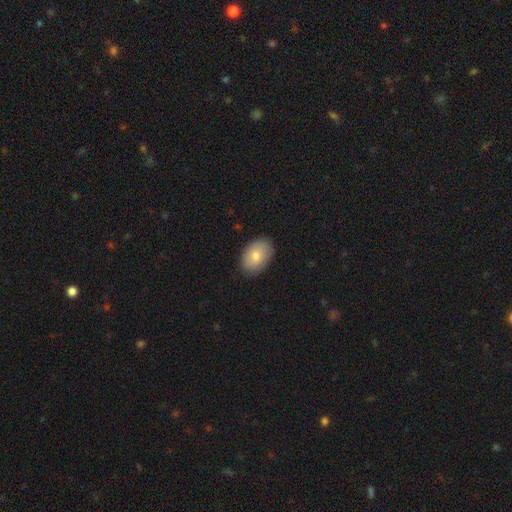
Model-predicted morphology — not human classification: Smooth or featured?
  - smooth: 79% *
  - featured or disk: 13%
  - star or artifact: 7%
How rounded?
  - in between: 86% *
  - round: 13%
  - cigar-shaped: 1%
Merging?
  - none: 87% *
  - minor disturbance: 10%
  - major disturbance: 2%
  - merger: 1%